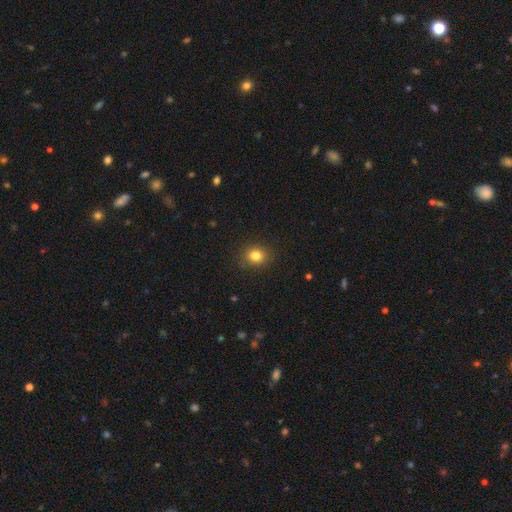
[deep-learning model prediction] Smooth or featured?
  - smooth: 82% *
  - star or artifact: 12%
  - featured or disk: 6%
How rounded?
  - round: 70% *
  - in between: 29%
  - cigar-shaped: 1%
Merging?
  - none: 87% *
  - minor disturbance: 9%
  - major disturbance: 3%
  - merger: 1%